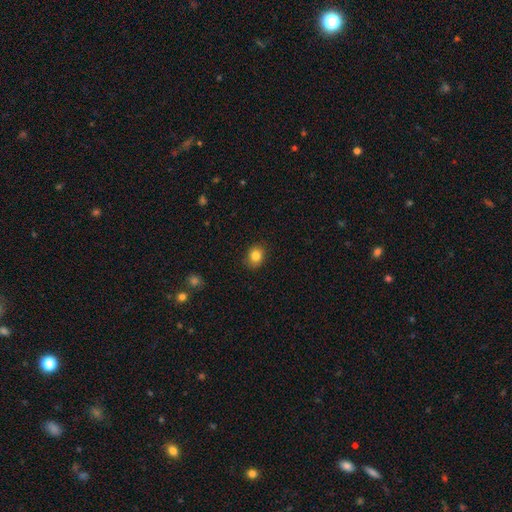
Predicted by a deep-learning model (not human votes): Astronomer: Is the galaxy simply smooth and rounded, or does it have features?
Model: smooth — 83%.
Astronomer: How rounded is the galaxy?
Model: round — 62%.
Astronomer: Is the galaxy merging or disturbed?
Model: none — 86%.